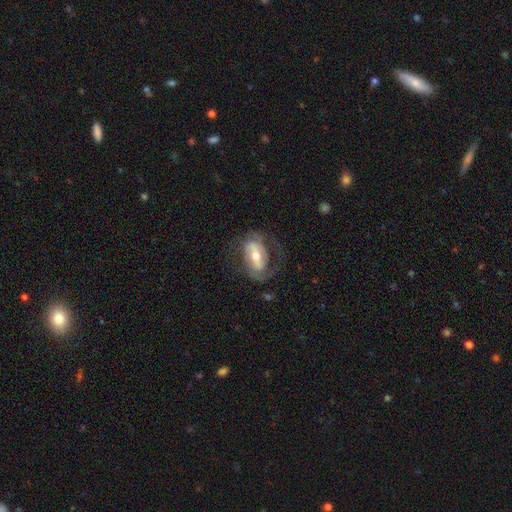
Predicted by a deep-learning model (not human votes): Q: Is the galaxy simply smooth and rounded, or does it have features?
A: featured or disk — 80%.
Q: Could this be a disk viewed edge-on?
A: no — 94%.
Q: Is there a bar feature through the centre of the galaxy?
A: strong — 47%.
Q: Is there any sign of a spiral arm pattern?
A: yes — 88%.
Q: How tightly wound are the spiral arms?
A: medium — 46%.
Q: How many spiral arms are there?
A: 2 — 74%.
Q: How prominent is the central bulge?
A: moderate — 63%.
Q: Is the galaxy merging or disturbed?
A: none — 62%.